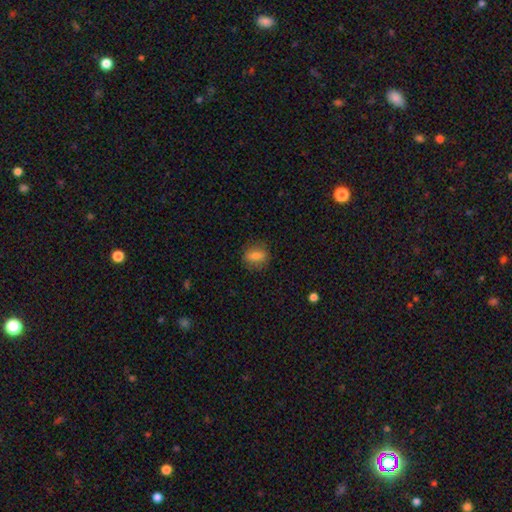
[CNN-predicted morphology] This is likely a smooth galaxy (77%). How rounded: possibly in between (55%). Merging: clearly none (83%).